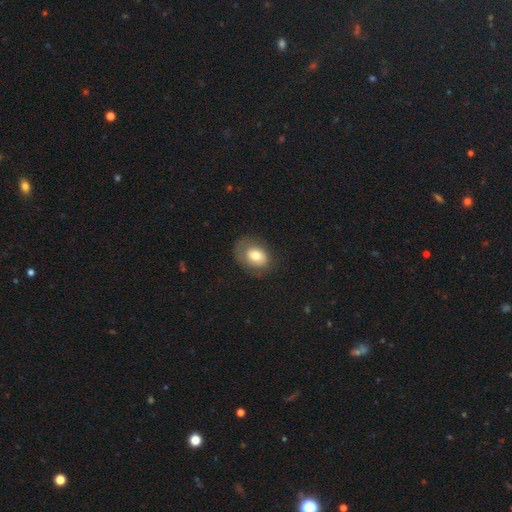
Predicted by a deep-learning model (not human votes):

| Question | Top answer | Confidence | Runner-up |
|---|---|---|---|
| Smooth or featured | smooth | 68% | featured or disk (23%) |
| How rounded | in between | 61% | round (38%) |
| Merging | none | 63% | minor disturbance (22%) |